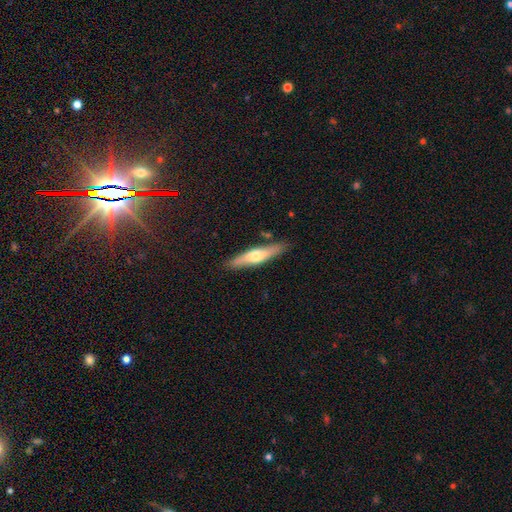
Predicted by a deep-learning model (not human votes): Smooth or featured?
  - smooth: 50% *
  - featured or disk: 44%
  - star or artifact: 6%
How rounded?
  - cigar-shaped: 80% *
  - in between: 19%
  - round: 2%
Merging?
  - none: 85% *
  - minor disturbance: 10%
  - merger: 2%
  - major disturbance: 2%